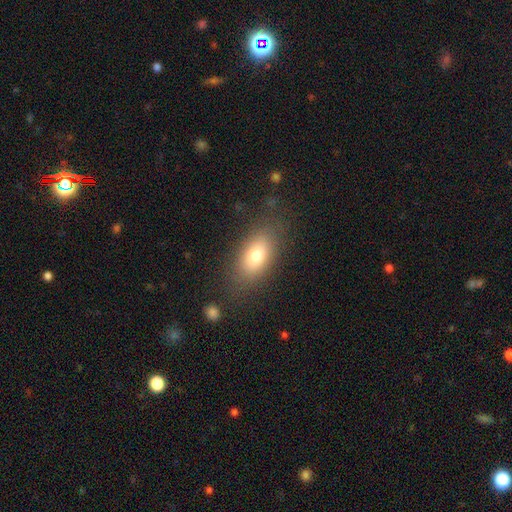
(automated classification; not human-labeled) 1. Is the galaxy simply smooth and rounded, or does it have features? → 74% smooth, 16% featured or disk, 10% star or artifact.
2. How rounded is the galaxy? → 85% in between, 10% round, 5% cigar-shaped.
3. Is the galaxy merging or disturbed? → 79% none, 13% minor disturbance, 6% major disturbance, 2% merger.